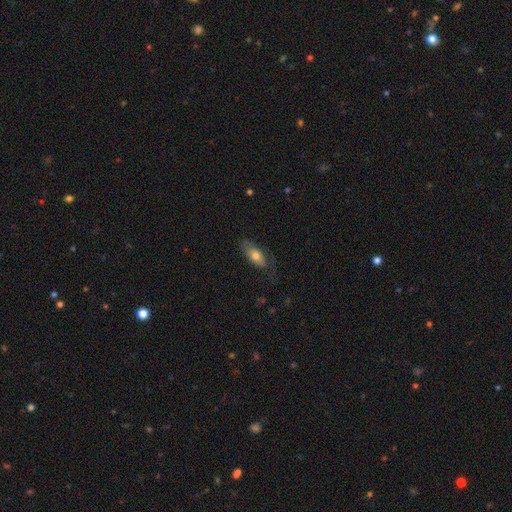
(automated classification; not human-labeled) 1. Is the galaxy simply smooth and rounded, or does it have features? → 67% smooth, 26% featured or disk, 6% star or artifact.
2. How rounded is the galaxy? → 83% in between, 15% cigar-shaped, 3% round.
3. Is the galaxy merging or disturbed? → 60% none, 25% minor disturbance, 13% major disturbance, 2% merger.